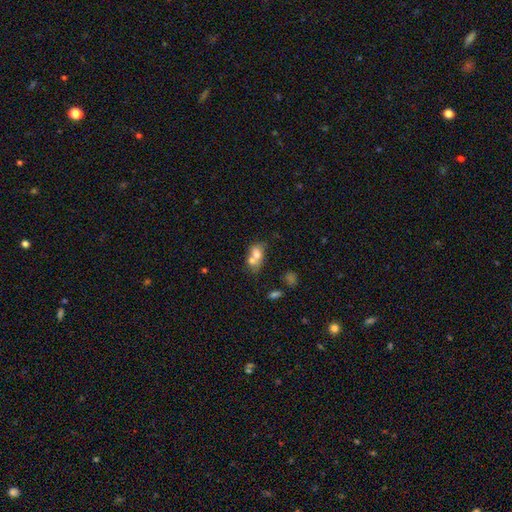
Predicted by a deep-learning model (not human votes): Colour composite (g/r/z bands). It shows a smooth galaxy with no disk features (69%) that is in between round and cigar-shaped (68%). Merging: merger (61%).